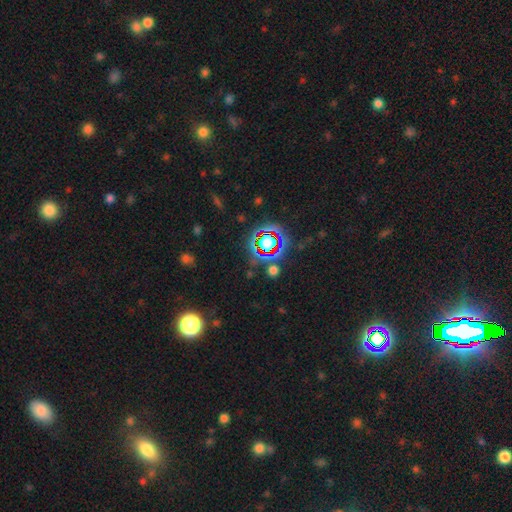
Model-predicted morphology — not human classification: Smooth or featured? star or artifact (77%)